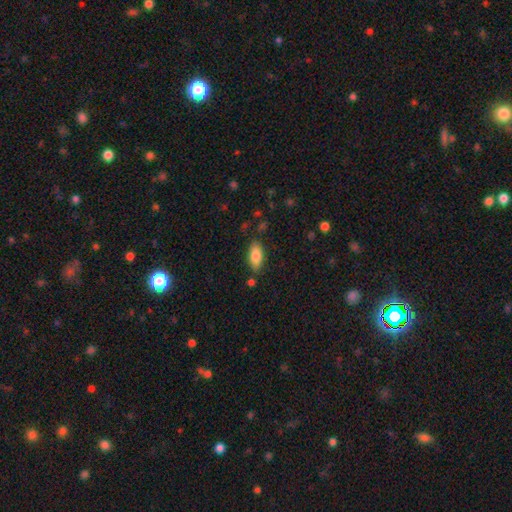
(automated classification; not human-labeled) Overall: smooth (83%). How rounded: in between (87%). Merging: none (80%).